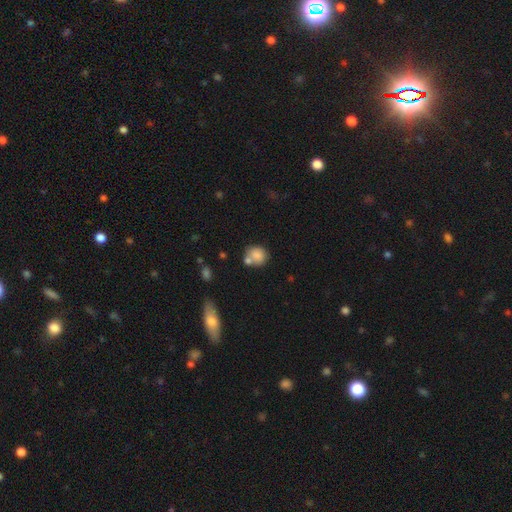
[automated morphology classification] The model was most divided on "merging": none: 49%, merger: 33%, minor disturbance: 14%, major disturbance: 5%. More confident: smooth or featured — smooth (81%); how rounded — round (76%).